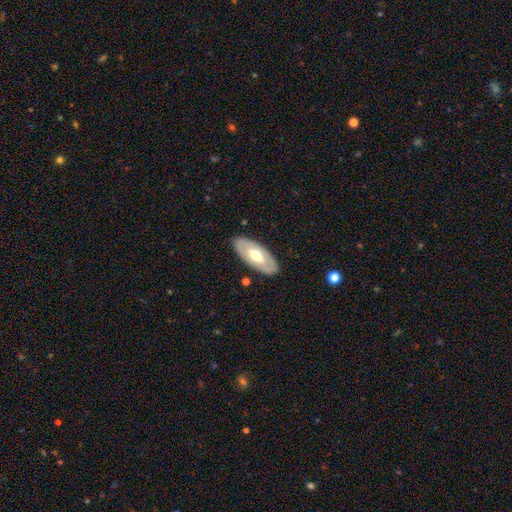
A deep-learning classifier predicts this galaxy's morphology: Smooth or featured?
  - featured or disk: 56% *
  - smooth: 39%
  - star or artifact: 5%
Edge-on disk?
  - no: 83% *
  - yes: 17%
Merging?
  - none: 86% *
  - minor disturbance: 10%
  - major disturbance: 3%
  - merger: 1%